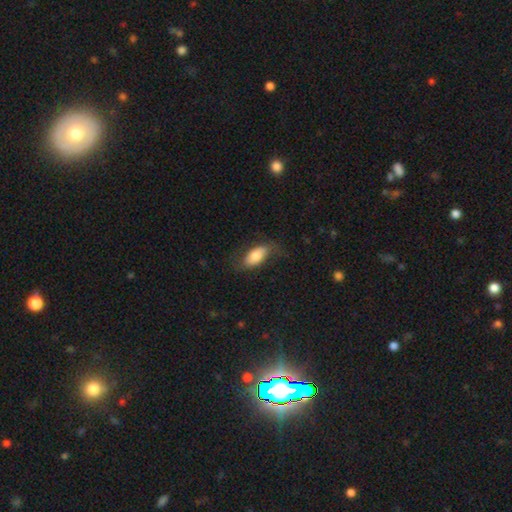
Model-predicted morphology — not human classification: Smooth or featured: smooth — 73% (featured or disk — 21%)
How rounded: in between — 87% (cigar-shaped — 10%)
Merging: none — 65% (minor disturbance — 22%)